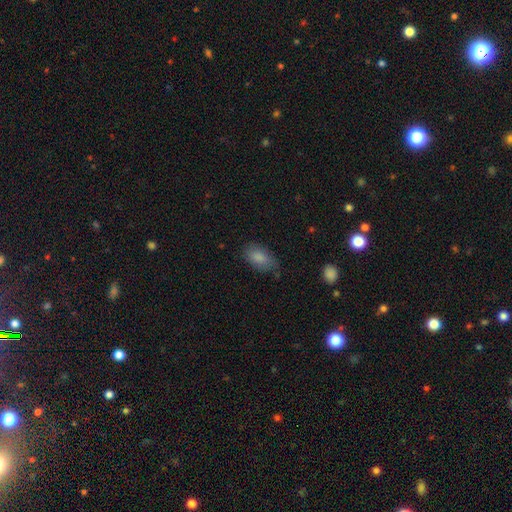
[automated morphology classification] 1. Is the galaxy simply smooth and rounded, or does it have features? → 80% smooth, 11% star or artifact, 10% featured or disk.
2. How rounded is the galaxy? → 90% in between, 7% round, 3% cigar-shaped.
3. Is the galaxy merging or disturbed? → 71% none, 22% minor disturbance, 5% major disturbance, 2% merger.